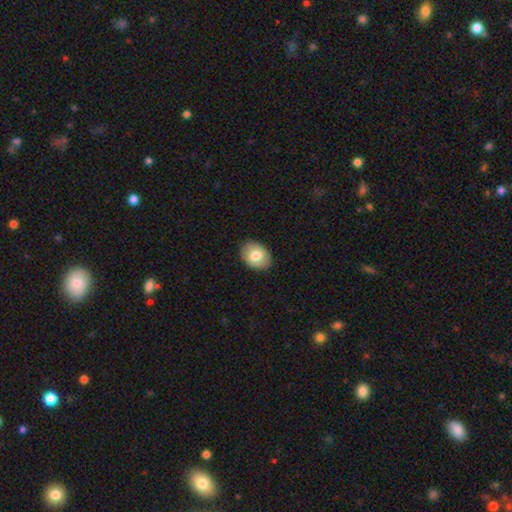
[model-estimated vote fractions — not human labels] smooth_or_featured: smooth (p=0.78) [alt: featured or disk p=0.15]
how_rounded: in between (p=0.72) [alt: round p=0.27]
merging: none (p=0.88) [alt: minor disturbance p=0.09]